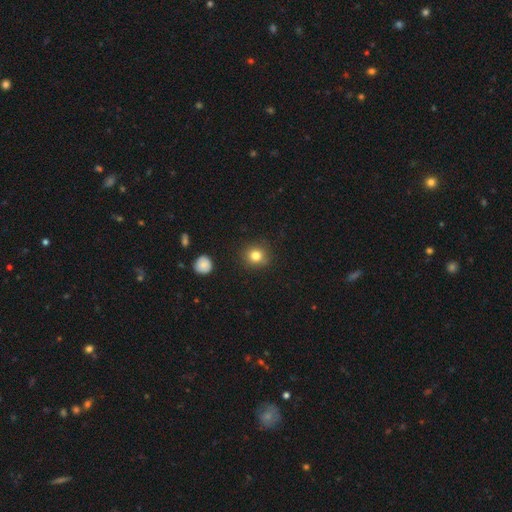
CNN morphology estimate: A smooth galaxy with no disk features (81%) that is round (90%). Merging: none (89%).